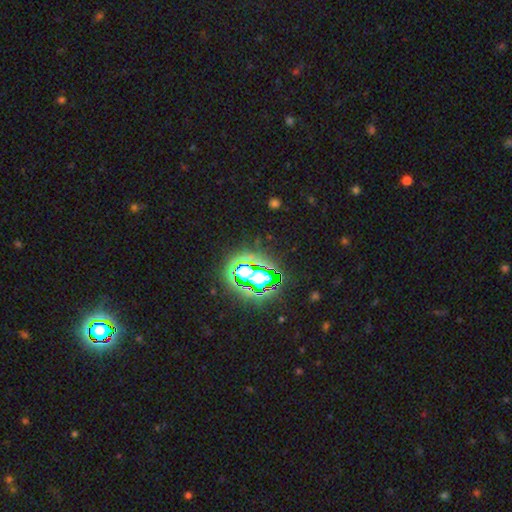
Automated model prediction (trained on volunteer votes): Smooth or featured? Predicted: star or artifact (p=0.82).